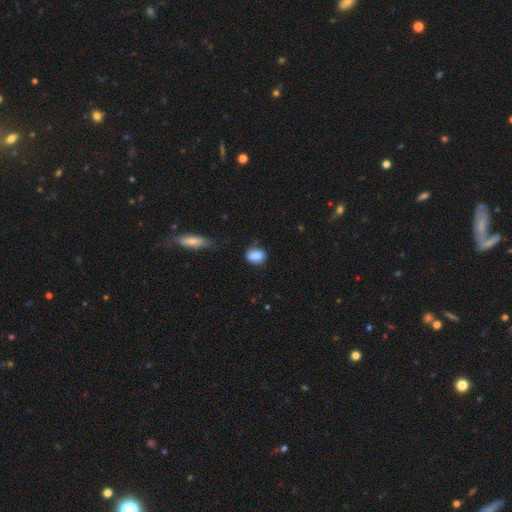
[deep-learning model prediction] Smooth or featured? Predicted: smooth (p=0.85). How rounded? Predicted: in between (p=0.71). Merging? Predicted: none (p=0.69).